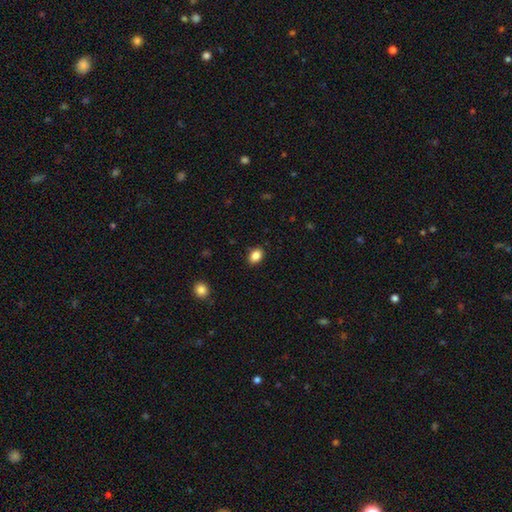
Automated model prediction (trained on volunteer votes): Overall: smooth (86%). How rounded: in between (72%). Merging: none (88%).